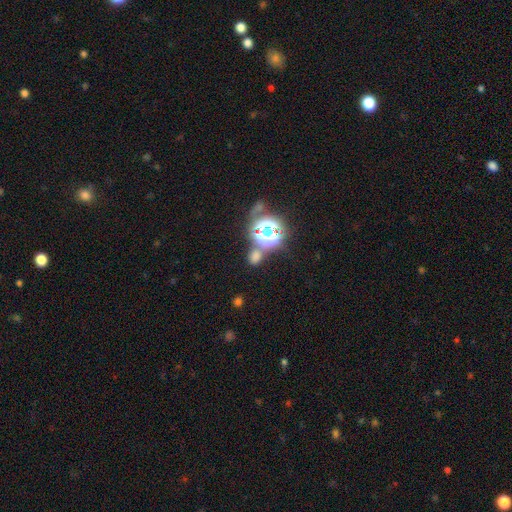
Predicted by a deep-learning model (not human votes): This is possibly a smooth galaxy (56%). How rounded: possibly round (58%). Merging: likely none (62%).